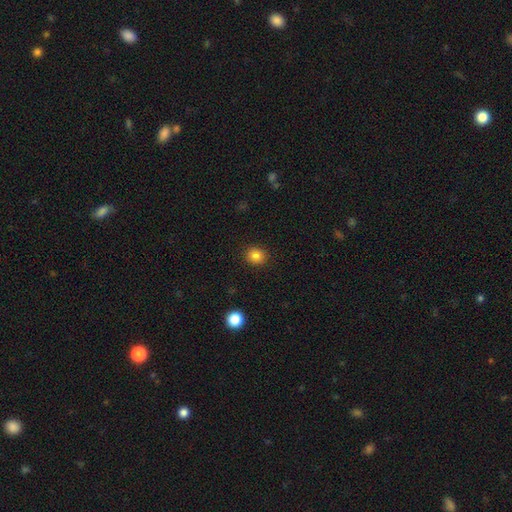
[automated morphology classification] This is clearly a smooth galaxy (84%). How rounded: likely round (79%). Merging: clearly none (91%).